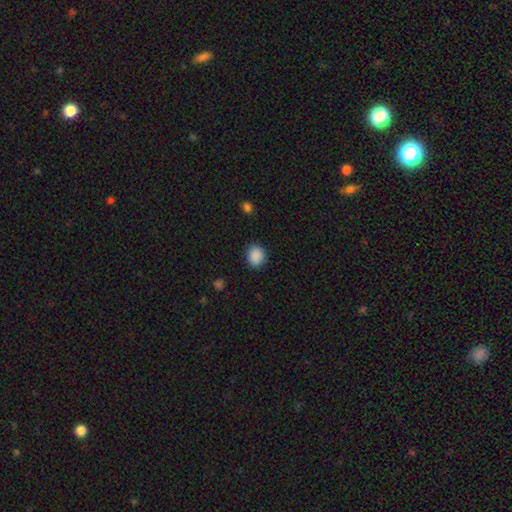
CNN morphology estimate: A smooth galaxy with no disk features (89%) that is round (73%). Merging: none (87%).